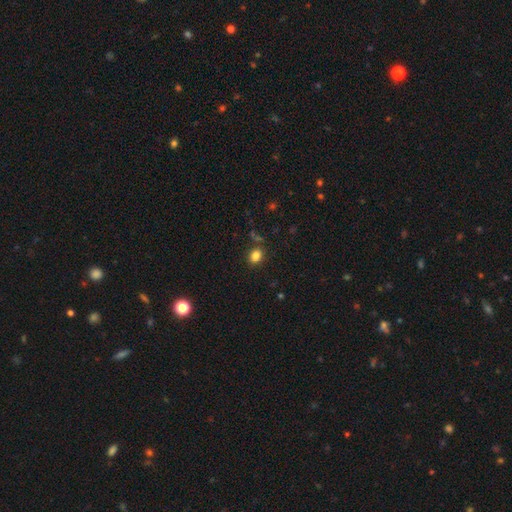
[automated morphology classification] Q: Smooth or featured?
A: smooth (83%); runner-up: star or artifact (12%)
Q: How rounded?
A: in between (53%); runner-up: round (46%)
Q: Merging?
A: none (80%); runner-up: minor disturbance (12%)